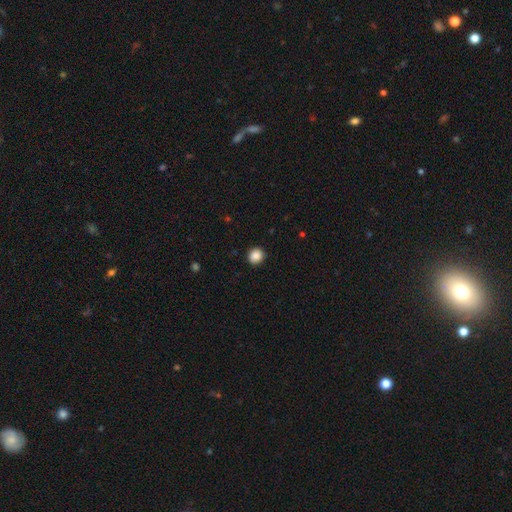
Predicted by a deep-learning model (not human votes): smooth-or-featured: smooth: 88% | star or artifact: 9% | featured or disk: 3%
  how-rounded: round: 85% | in between: 14% | cigar-shaped: 1%
  merging: none: 90% | minor disturbance: 7% | major disturbance: 2% | merger: 1%